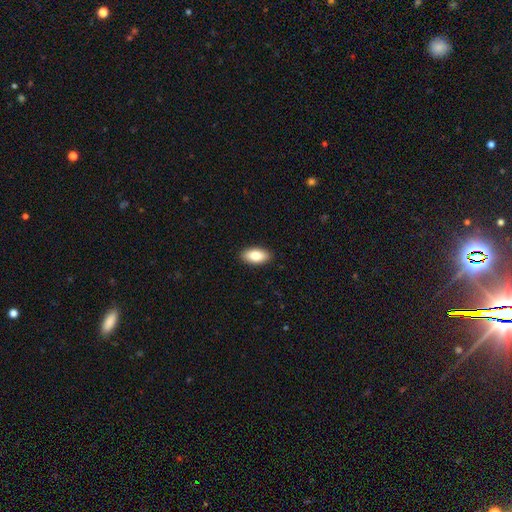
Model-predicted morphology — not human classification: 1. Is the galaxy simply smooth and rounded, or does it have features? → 82% smooth, 11% featured or disk, 7% star or artifact.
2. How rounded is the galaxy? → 93% in between, 4% cigar-shaped, 3% round.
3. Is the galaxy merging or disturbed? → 90% none, 7% minor disturbance, 2% major disturbance, 1% merger.